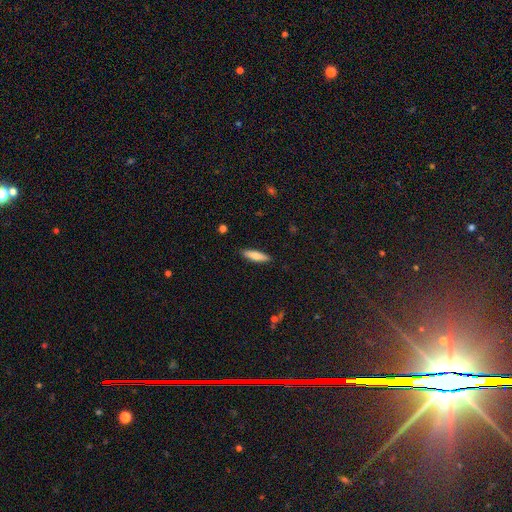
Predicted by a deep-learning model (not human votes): Overall: smooth (75%). How rounded: cigar-shaped (70%). Merging: none (90%).